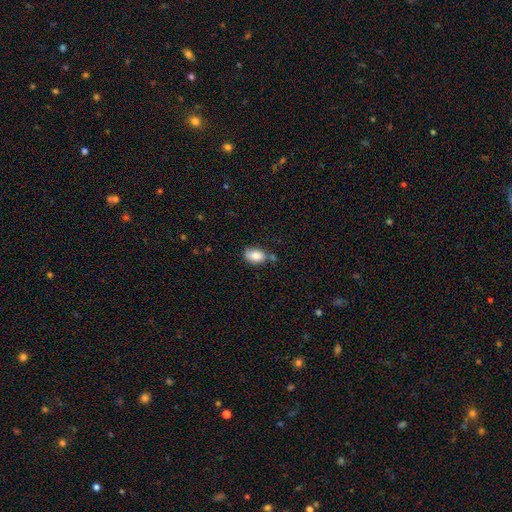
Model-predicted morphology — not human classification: Smooth or featured? smooth (82%)
How rounded? in between (87%)
Merging? none (58%)